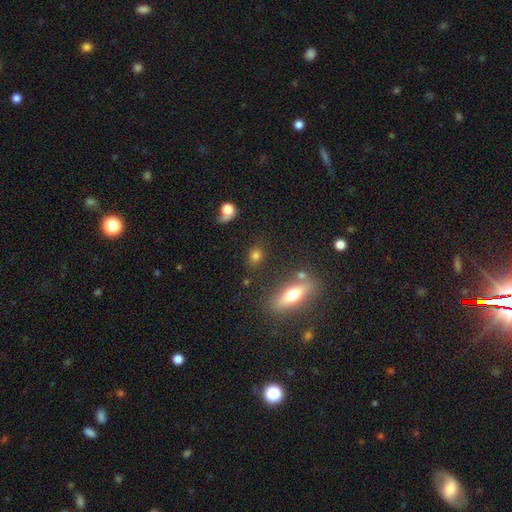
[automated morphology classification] Overall: smooth (76%). How rounded: round (54%; in between 41%). Merging: none (76%).